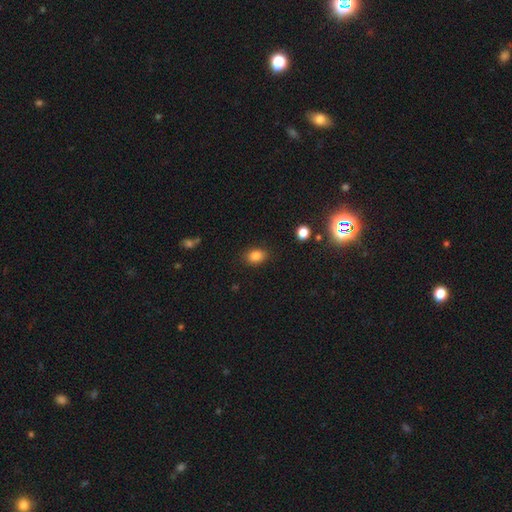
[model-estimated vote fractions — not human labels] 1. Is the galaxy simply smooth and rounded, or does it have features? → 84% smooth, 11% star or artifact, 5% featured or disk.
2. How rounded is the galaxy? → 69% in between, 30% round, 1% cigar-shaped.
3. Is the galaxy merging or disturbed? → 85% none, 11% minor disturbance, 3% major disturbance, 1% merger.